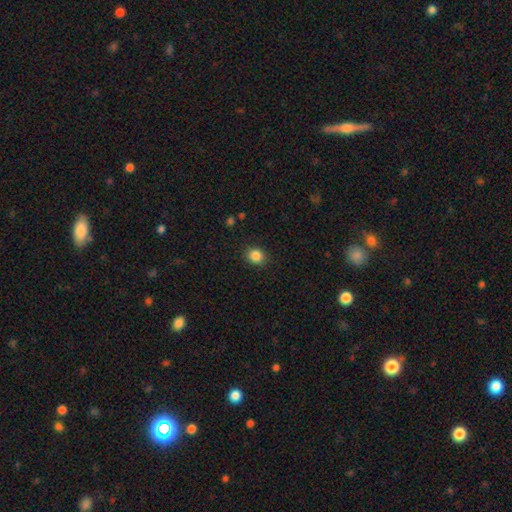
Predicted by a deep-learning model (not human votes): Smooth or featured: smooth — 85% (star or artifact — 11%)
How rounded: round — 72% (in between — 27%)
Merging: none — 89% (minor disturbance — 7%)